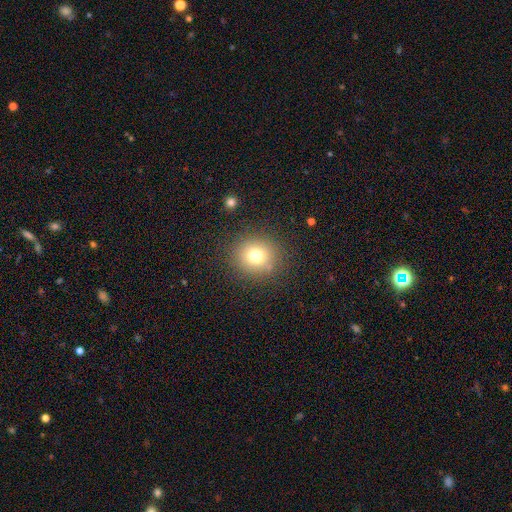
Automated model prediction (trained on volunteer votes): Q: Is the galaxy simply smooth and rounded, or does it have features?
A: smooth — 74%.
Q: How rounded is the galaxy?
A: round — 87%.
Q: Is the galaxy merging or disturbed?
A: none — 85%.